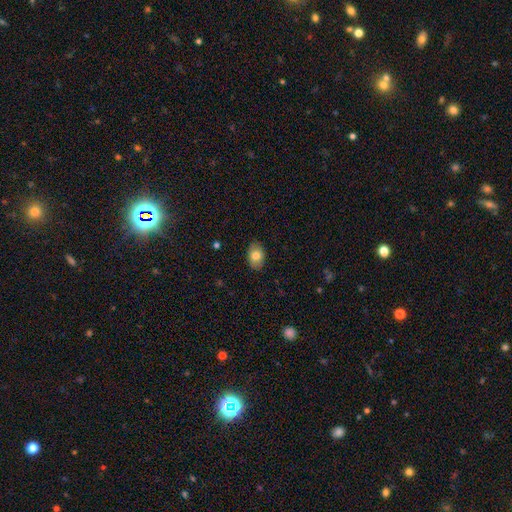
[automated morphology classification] A smooth galaxy with no disk features (80%) that is in between round and cigar-shaped (83%). Merging: none (87%).